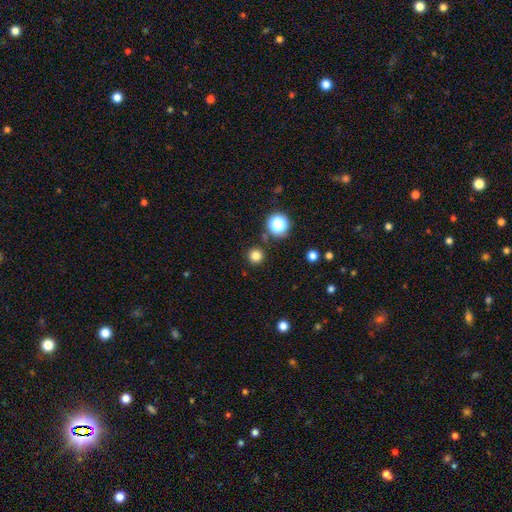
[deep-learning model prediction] Overall: smooth (79%). How rounded: round (96%). Merging: none (89%).